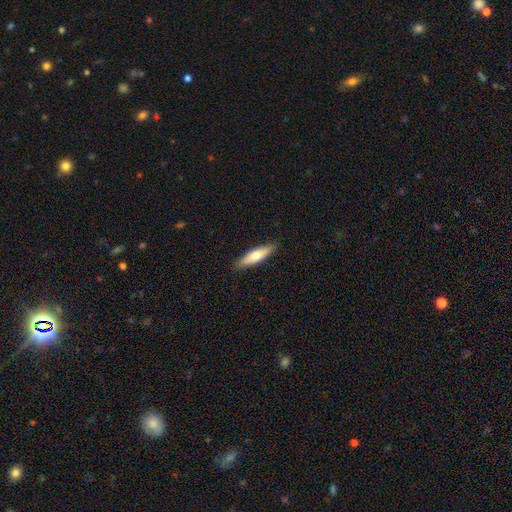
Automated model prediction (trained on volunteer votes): Morphology: type=smooth (66%); roundness=cigar-shaped (66%); merging=none (89%).